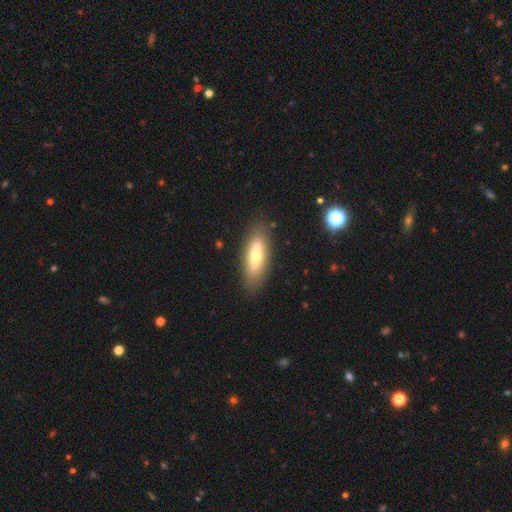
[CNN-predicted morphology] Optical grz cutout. It shows a smooth galaxy with no disk features (49%). Merging: none (83%).